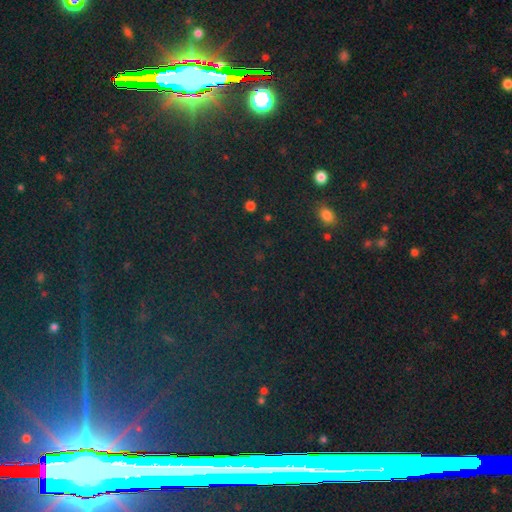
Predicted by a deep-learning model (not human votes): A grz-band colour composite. It shows a star or artifact, not a galaxy (83%).